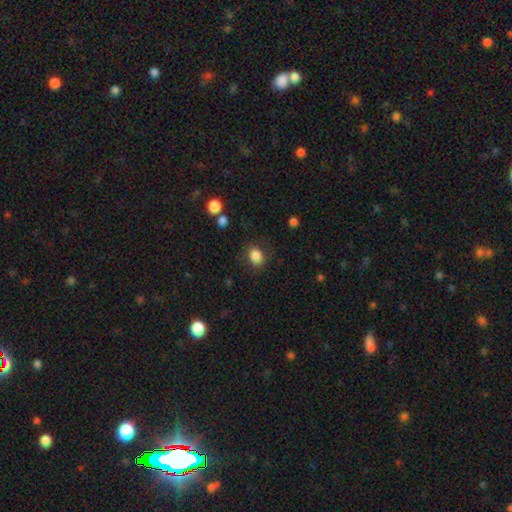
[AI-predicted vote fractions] smooth-or-featured: smooth: 85% | star or artifact: 10% | featured or disk: 5%
  how-rounded: in between: 50% | round: 49% | cigar-shaped: 1%
  merging: none: 78% | minor disturbance: 15% | major disturbance: 5% | merger: 2%